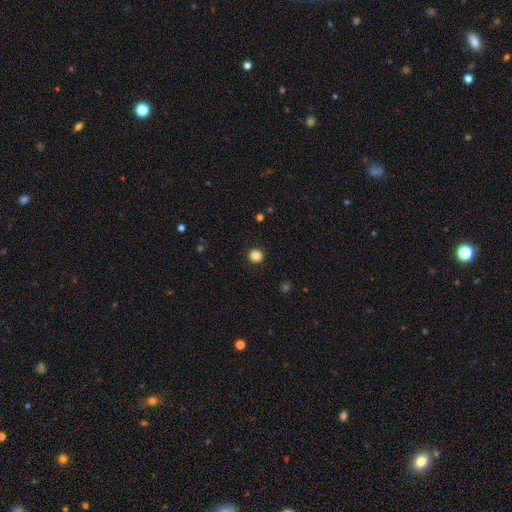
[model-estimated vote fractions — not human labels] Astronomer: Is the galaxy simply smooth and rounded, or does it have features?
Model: smooth — 85%.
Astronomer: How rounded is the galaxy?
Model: round — 91%.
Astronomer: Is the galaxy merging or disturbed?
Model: none — 92%.